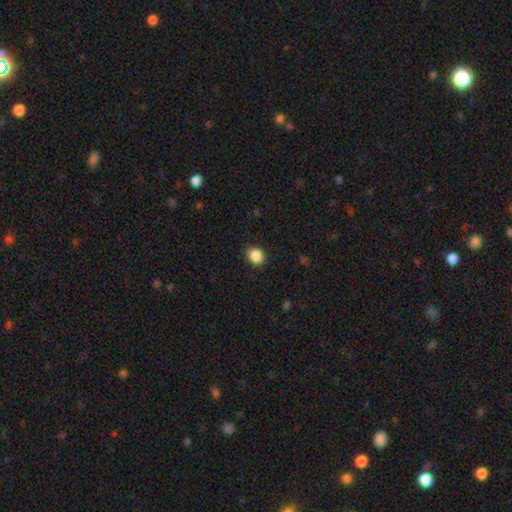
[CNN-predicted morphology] Smooth or featured: smooth — 88% (star or artifact — 9%)
How rounded: round — 71% (in between — 28%)
Merging: none — 89% (minor disturbance — 8%)